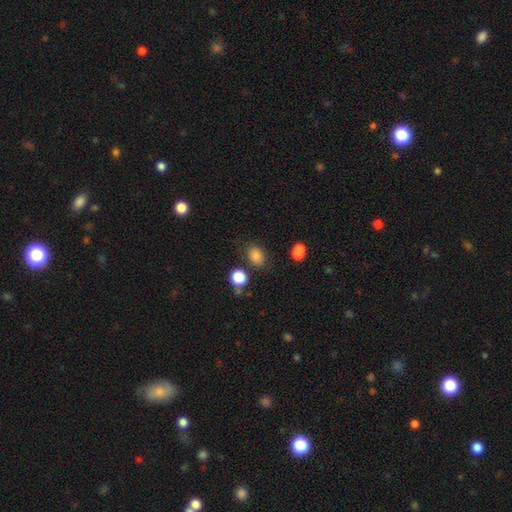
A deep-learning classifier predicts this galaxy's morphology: This is clearly a smooth galaxy (82%). How rounded: possibly in between (59%). Merging: likely none (73%).